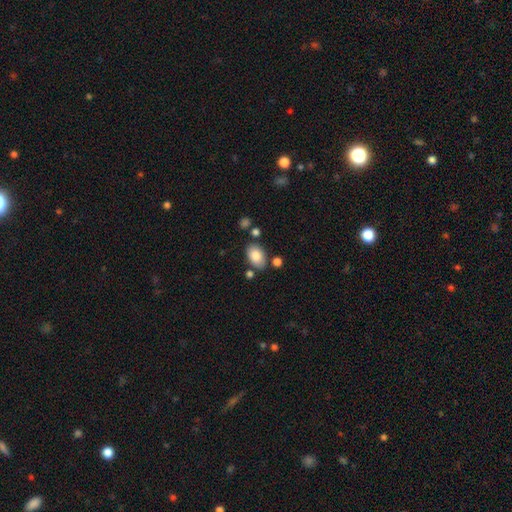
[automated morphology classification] Q: Smooth or featured?
A: smooth (83%); runner-up: featured or disk (9%)
Q: How rounded?
A: in between (89%); runner-up: round (9%)
Q: Merging?
A: none (75%); runner-up: minor disturbance (14%)